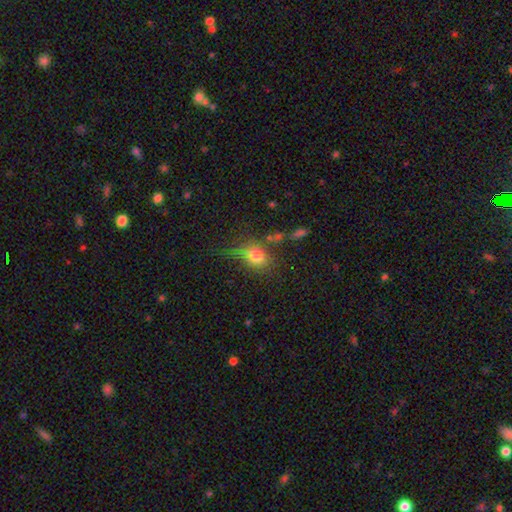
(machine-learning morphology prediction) smooth_or_featured: smooth (p=0.72) [alt: star or artifact p=0.14]
how_rounded: in between (p=0.57) [alt: round p=0.40]
merging: none (p=0.56) [alt: minor disturbance p=0.24]